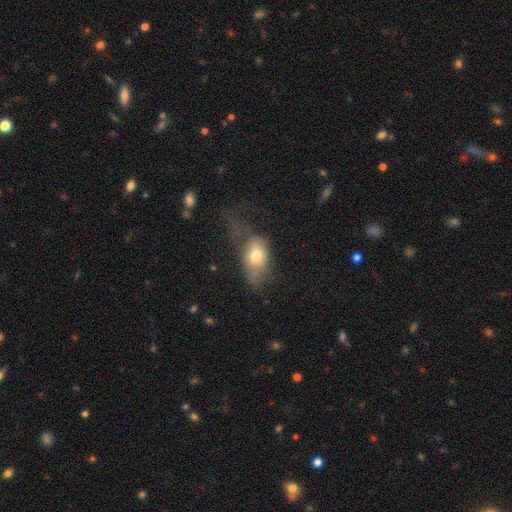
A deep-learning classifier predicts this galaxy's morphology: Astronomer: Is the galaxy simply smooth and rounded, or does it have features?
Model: smooth — 70%.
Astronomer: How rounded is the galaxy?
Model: in between — 79%.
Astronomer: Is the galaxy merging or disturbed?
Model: major disturbance — 40% (runner-up: minor disturbance, 29%).